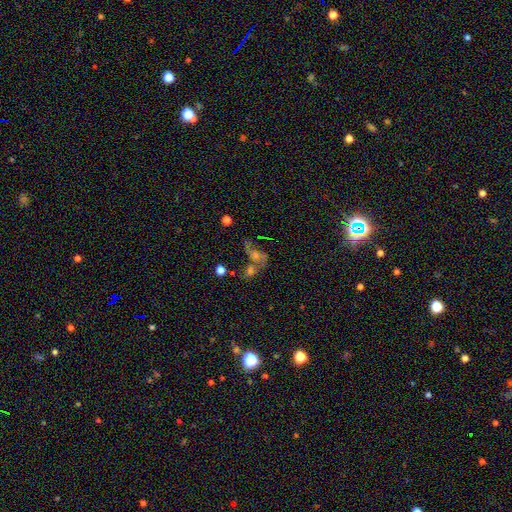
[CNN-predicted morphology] smooth_or_featured: featured or disk (p=0.56) [alt: smooth p=0.22]
disk_edge_on: no (p=0.94) [alt: yes p=0.06]
bar: no (p=0.68) [alt: weak p=0.25]
has_spiral_arms: yes (p=0.75) [alt: no p=0.25]
bulge_size: moderate (p=0.48) [alt: small p=0.24]
merging: merger (p=0.46) [alt: none p=0.29]